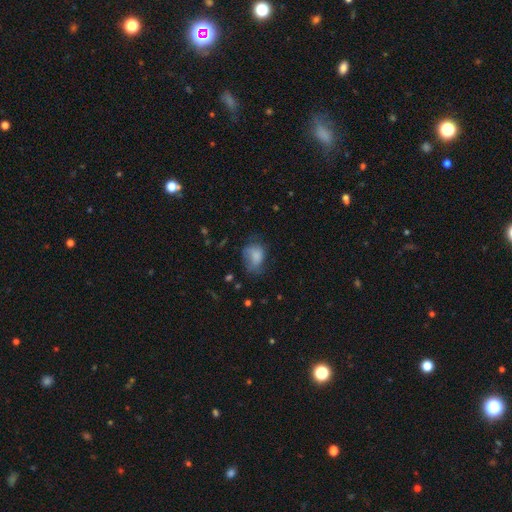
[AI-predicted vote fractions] Overall: smooth (76%). How rounded: in between (67%; round 32%). Merging: none (41%; minor disturbance 33%).